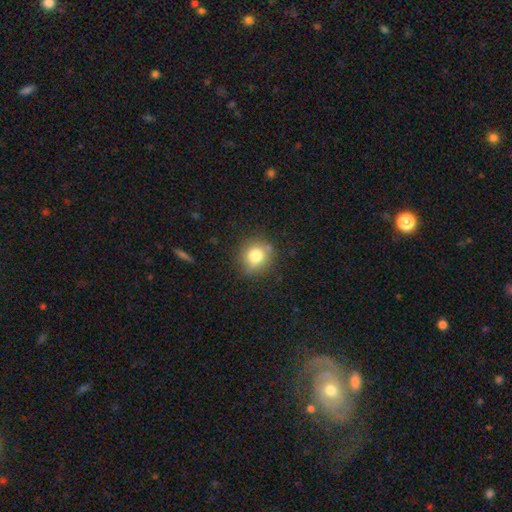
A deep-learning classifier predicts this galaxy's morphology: type=smooth (78%); roundness=round (88%); merging=none (80%).